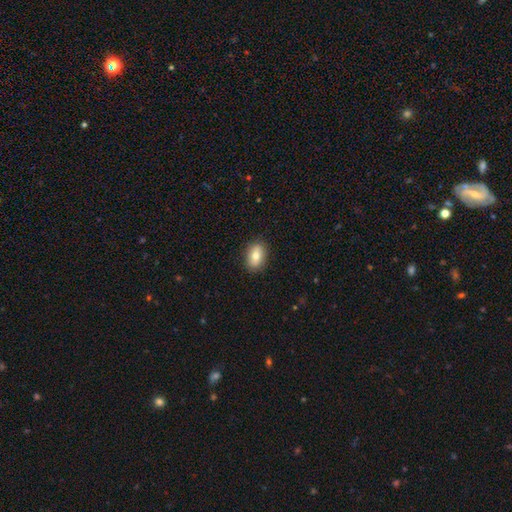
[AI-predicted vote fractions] A smooth galaxy with no disk features (78%) that is in between round and cigar-shaped (83%).

Vote fractions:
- Smooth or featured? smooth: 78% / featured or disk: 14% / star or artifact: 8%
- How rounded? in between: 83% / round: 16% / cigar-shaped: 2%
- Merging? none: 88% / minor disturbance: 9% / major disturbance: 2% / merger: 1%